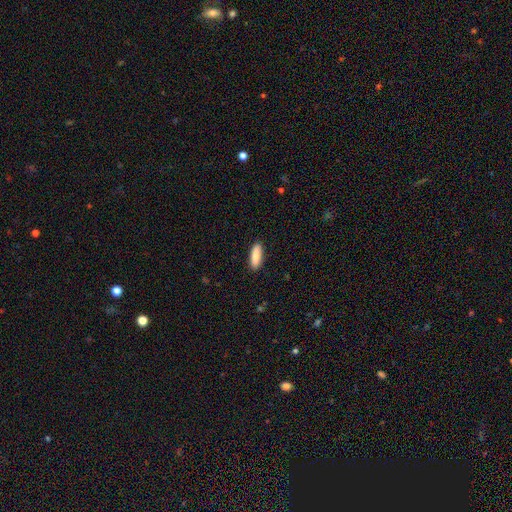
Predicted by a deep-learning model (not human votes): Q: Smooth or featured?
A: smooth (84%); runner-up: featured or disk (10%)
Q: How rounded?
A: in between (54%); runner-up: cigar-shaped (44%)
Q: Merging?
A: none (89%); runner-up: minor disturbance (8%)